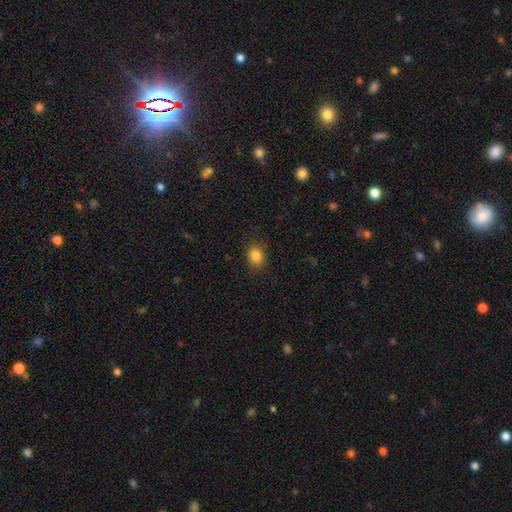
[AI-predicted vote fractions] This is clearly a smooth galaxy (84%). How rounded: possibly round (53%). Merging: clearly none (87%).